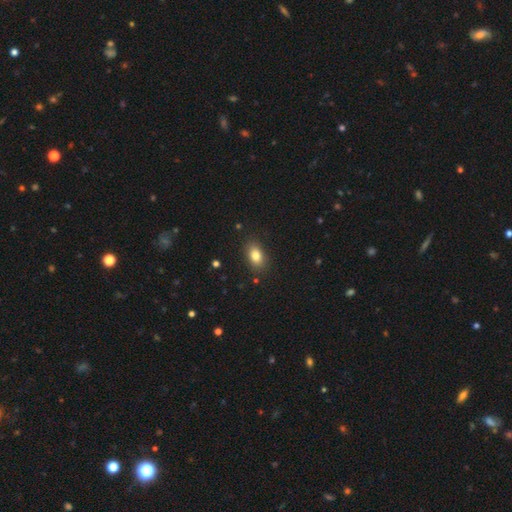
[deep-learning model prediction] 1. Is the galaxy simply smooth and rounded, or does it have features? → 82% smooth, 9% star or artifact, 9% featured or disk.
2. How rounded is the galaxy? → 85% in between, 12% round, 2% cigar-shaped.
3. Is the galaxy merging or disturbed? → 86% none, 10% minor disturbance, 3% major disturbance, 1% merger.